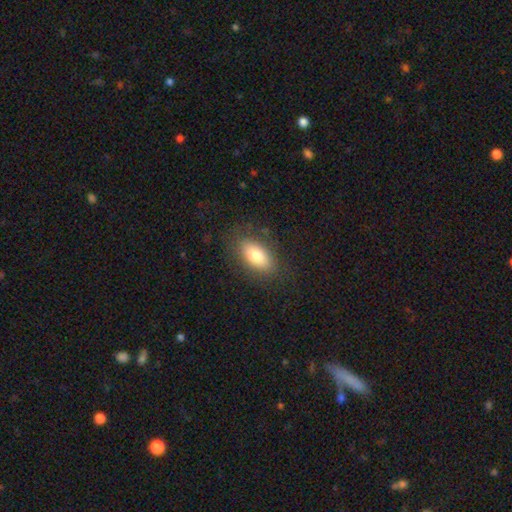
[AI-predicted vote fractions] Smooth or featured?
  - smooth: 78% *
  - featured or disk: 15%
  - star or artifact: 8%
How rounded?
  - in between: 90% *
  - cigar-shaped: 6%
  - round: 5%
Merging?
  - none: 82% *
  - minor disturbance: 12%
  - major disturbance: 5%
  - merger: 1%